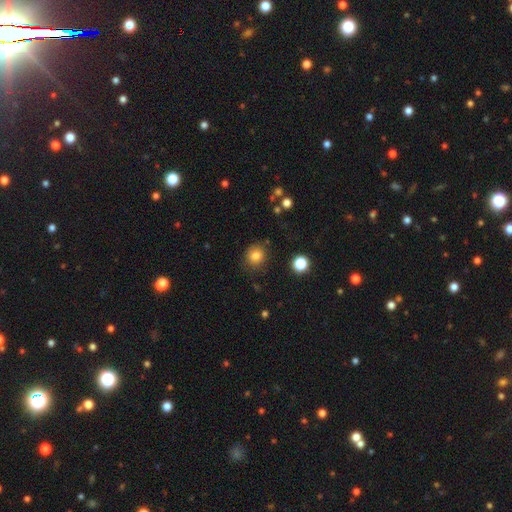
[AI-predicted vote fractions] Smooth or featured?
  - smooth: 82% *
  - star or artifact: 12%
  - featured or disk: 6%
How rounded?
  - round: 86% *
  - in between: 13%
  - cigar-shaped: 1%
Merging?
  - none: 84% *
  - minor disturbance: 10%
  - major disturbance: 3%
  - merger: 2%